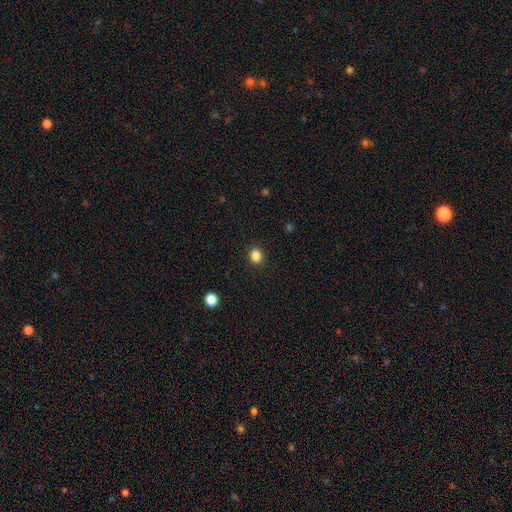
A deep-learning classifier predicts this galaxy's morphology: A smooth galaxy with no disk features (85%) that is round (59%). Merging: none (89%).